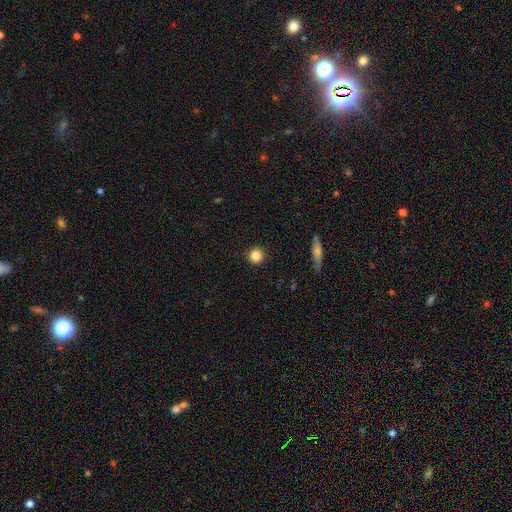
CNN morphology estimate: This is clearly a smooth galaxy (86%). How rounded: clearly round (93%). Merging: clearly none (91%).